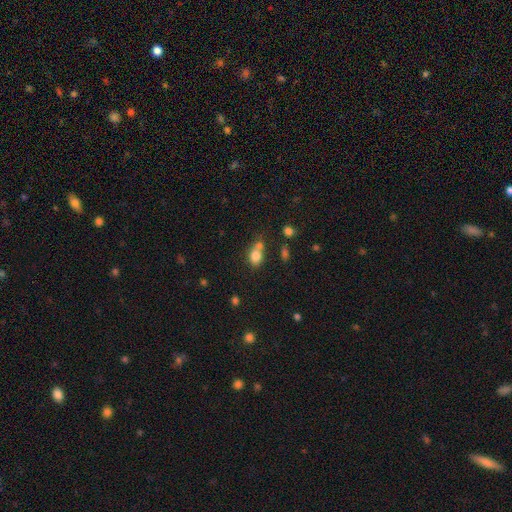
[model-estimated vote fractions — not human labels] Smooth or featured? Predicted: smooth (p=0.79). How rounded? Predicted: in between (p=0.55). Merging? Predicted: merger (p=0.41).